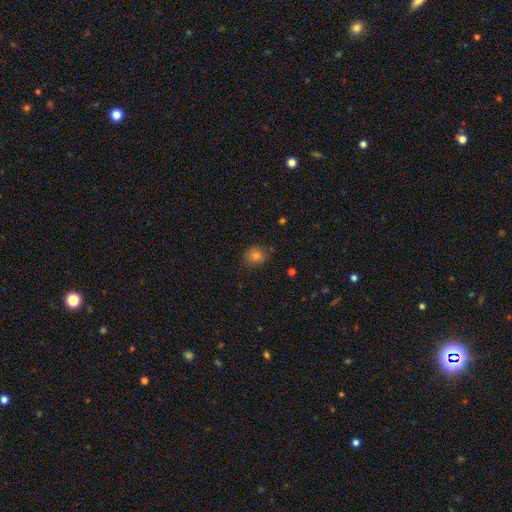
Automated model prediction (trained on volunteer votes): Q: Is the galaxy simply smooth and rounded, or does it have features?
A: smooth — 79%.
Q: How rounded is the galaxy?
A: round — 78%.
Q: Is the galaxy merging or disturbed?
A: none — 81%.